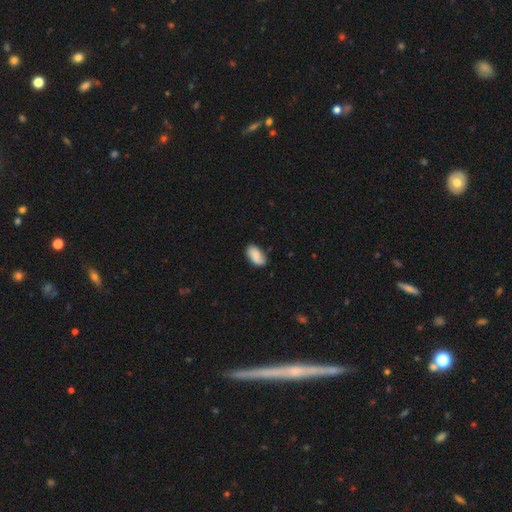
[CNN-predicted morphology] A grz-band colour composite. It shows a smooth galaxy with no disk features (71%) that is in between round and cigar-shaped (94%). Merging: none (77%).